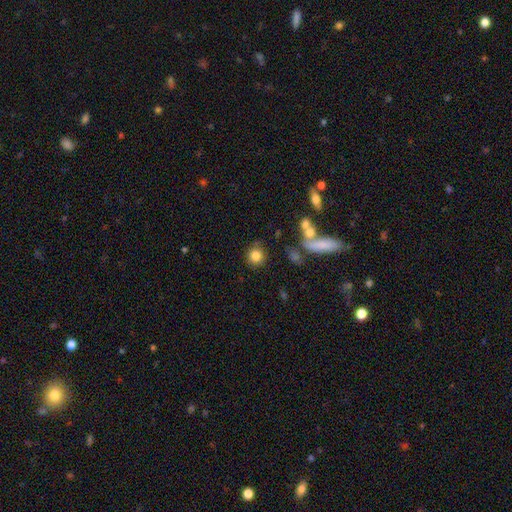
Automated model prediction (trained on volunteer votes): smooth 82%, star or artifact 10%, featured or disk 8%. Down the decision tree: how rounded — round (87%); merging — none (77%).